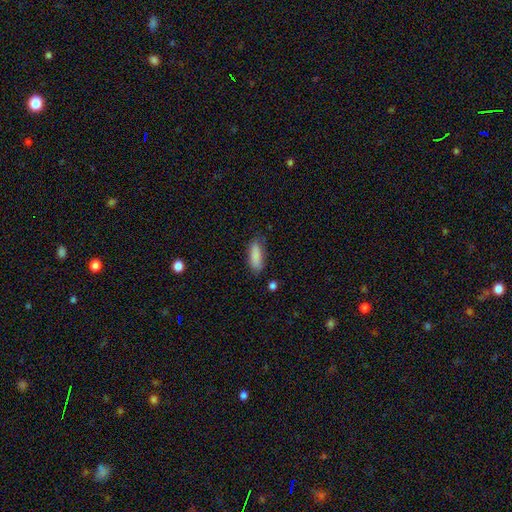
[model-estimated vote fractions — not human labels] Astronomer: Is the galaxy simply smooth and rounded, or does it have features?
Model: smooth — 86%.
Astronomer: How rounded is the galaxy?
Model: in between — 64%.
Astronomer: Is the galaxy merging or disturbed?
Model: none — 73%.